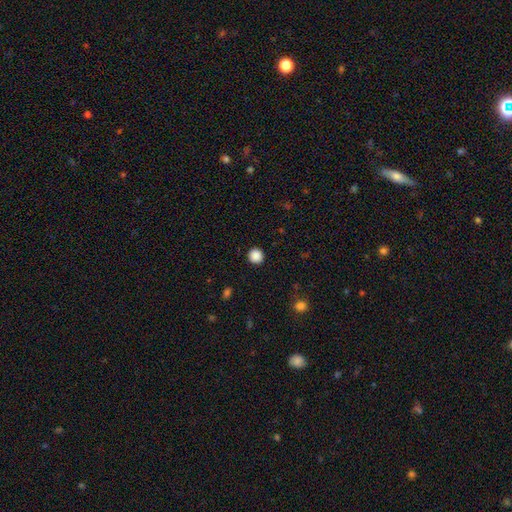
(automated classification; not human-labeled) Smooth or featured? Predicted: smooth (p=0.88). How rounded? Predicted: round (p=0.94). Merging? Predicted: none (p=0.92).